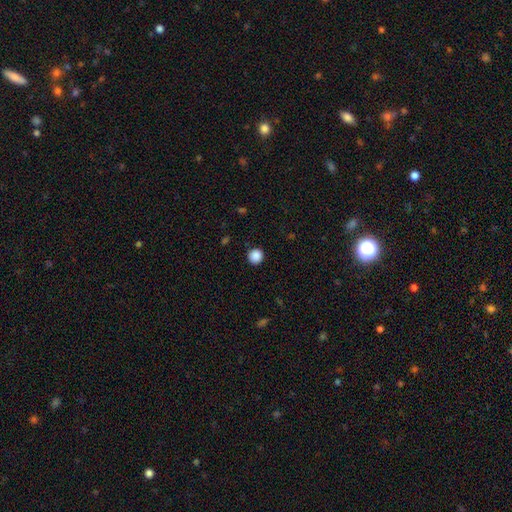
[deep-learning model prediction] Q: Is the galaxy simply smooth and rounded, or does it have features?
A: smooth — 88%.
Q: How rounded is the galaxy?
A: round — 94%.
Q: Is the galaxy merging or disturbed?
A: none — 91%.